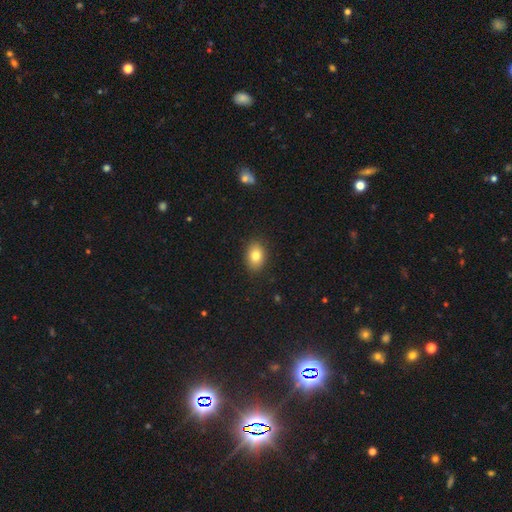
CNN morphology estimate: Smooth or featured: smooth — 81% (featured or disk — 10%)
How rounded: in between — 77% (round — 22%)
Merging: none — 88% (minor disturbance — 9%)